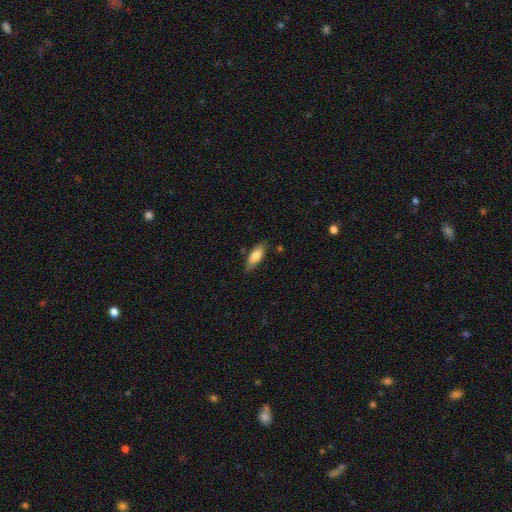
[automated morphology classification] This appears to be a smooth galaxy with no disk features (76%) that is in between round and cigar-shaped (71%). Merging: none (78%).